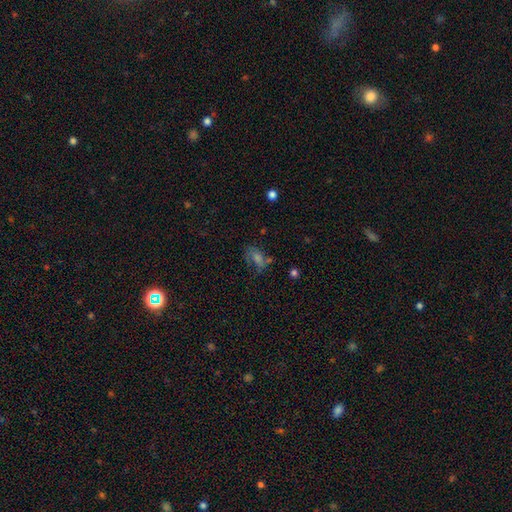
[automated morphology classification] type=smooth (35%); merging=none (51%).